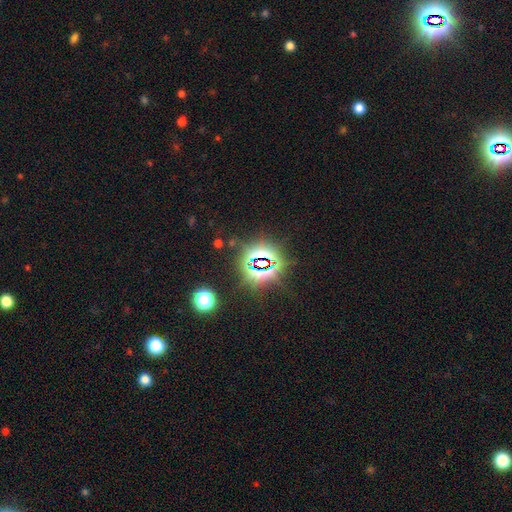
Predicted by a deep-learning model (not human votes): Smooth or featured?
  - star or artifact: 82% *
  - smooth: 11%
  - featured or disk: 7%